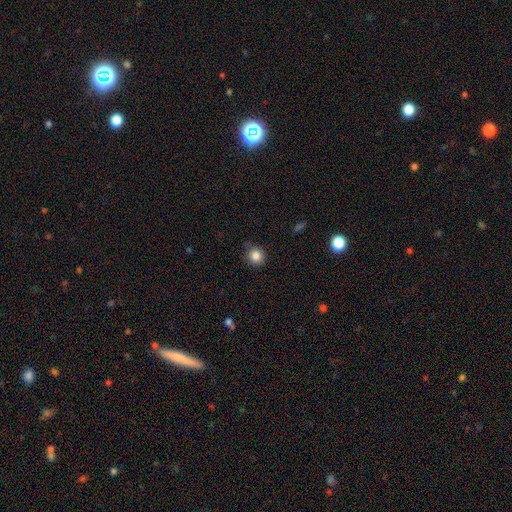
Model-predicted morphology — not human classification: smooth-or-featured: smooth: 84% | star or artifact: 11% | featured or disk: 5%
  how-rounded: round: 92% | in between: 7% | cigar-shaped: 1%
  merging: none: 83% | minor disturbance: 12% | major disturbance: 3% | merger: 2%